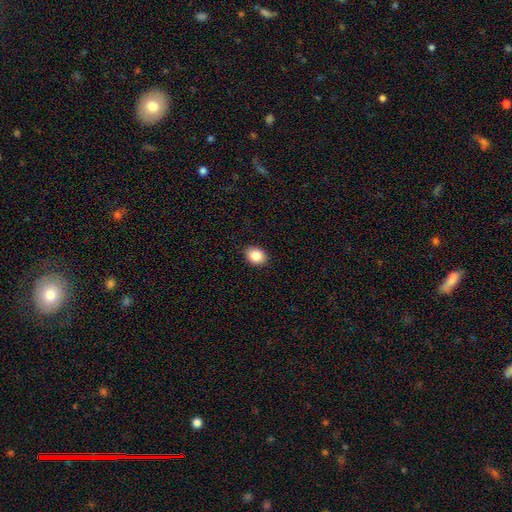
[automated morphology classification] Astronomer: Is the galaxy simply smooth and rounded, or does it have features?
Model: smooth — 85%.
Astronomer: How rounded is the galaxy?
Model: in between — 59% (runner-up: round, 40%).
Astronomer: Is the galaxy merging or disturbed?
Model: none — 90%.